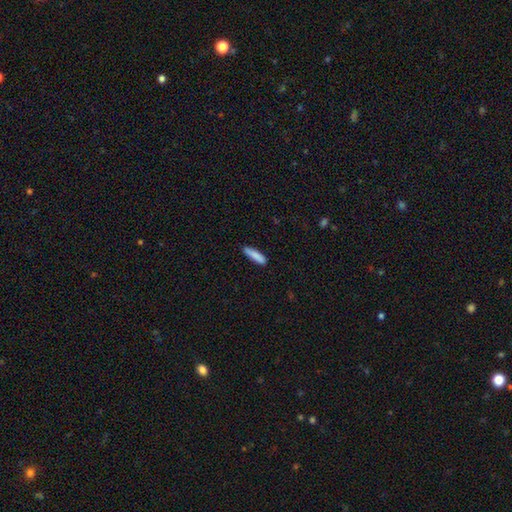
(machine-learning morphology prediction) Overall: smooth (86%). How rounded: cigar-shaped (82%). Merging: none (86%).